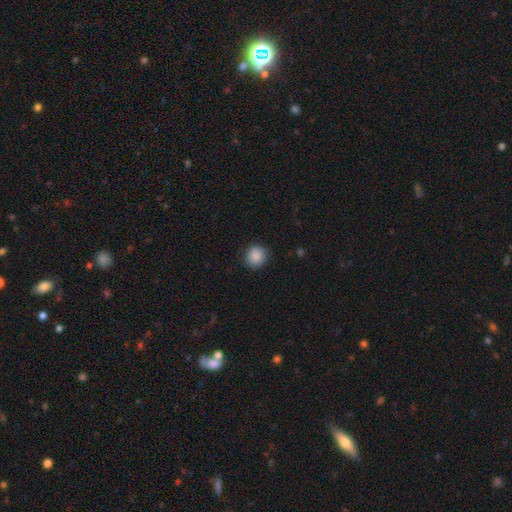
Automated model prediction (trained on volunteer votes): A smooth galaxy with no disk features (88%) that is round (89%).

Vote fractions:
- Smooth or featured? smooth: 88% / star or artifact: 8% / featured or disk: 3%
- How rounded? round: 89% / in between: 10% / cigar-shaped: 1%
- Merging? none: 89% / minor disturbance: 8% / major disturbance: 2% / merger: 1%